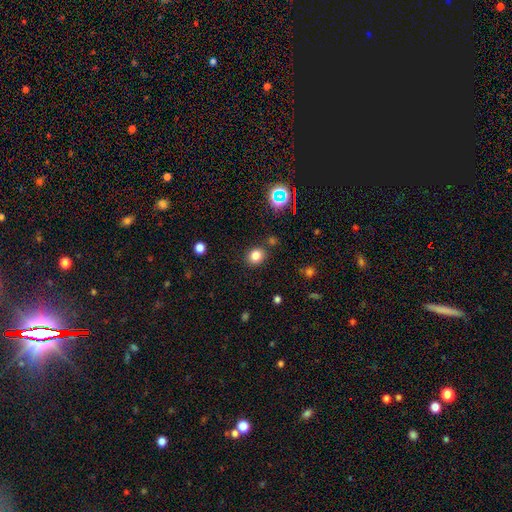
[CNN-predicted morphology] smooth-or-featured: smooth: 80% | star or artifact: 14% | featured or disk: 6%
  how-rounded: round: 67% | in between: 32% | cigar-shaped: 1%
  merging: none: 84% | minor disturbance: 9% | merger: 4% | major disturbance: 3%